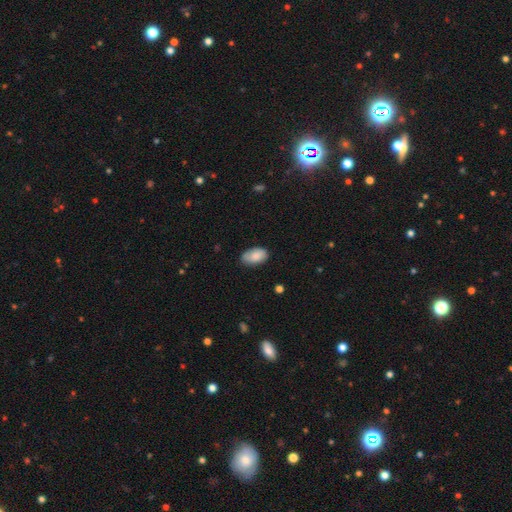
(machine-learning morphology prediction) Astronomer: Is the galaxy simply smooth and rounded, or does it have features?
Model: smooth — 82%.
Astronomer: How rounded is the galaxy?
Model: in between — 94%.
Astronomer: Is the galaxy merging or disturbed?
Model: none — 76%.